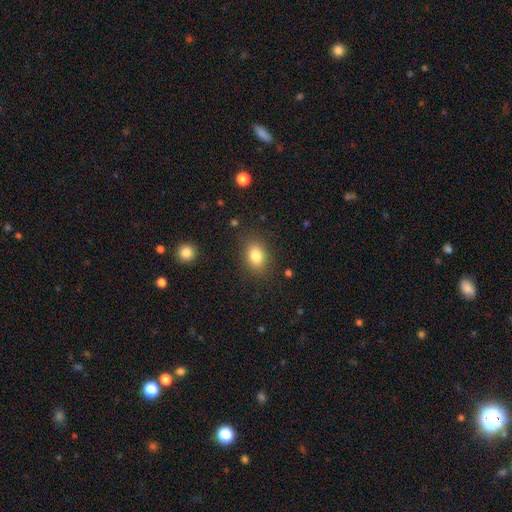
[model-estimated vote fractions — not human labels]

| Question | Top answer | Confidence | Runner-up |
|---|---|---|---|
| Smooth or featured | smooth | 82% | star or artifact (9%) |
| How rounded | in between | 75% | round (23%) |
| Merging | none | 83% | minor disturbance (11%) |